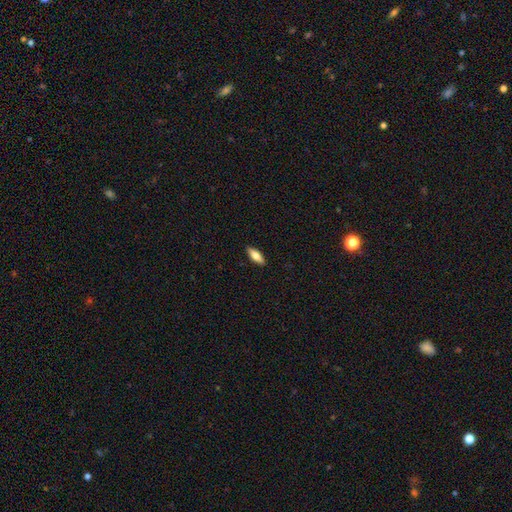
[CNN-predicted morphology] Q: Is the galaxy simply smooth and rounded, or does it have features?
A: smooth — 73%.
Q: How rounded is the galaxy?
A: in between — 62%.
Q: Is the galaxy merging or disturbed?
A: none — 90%.